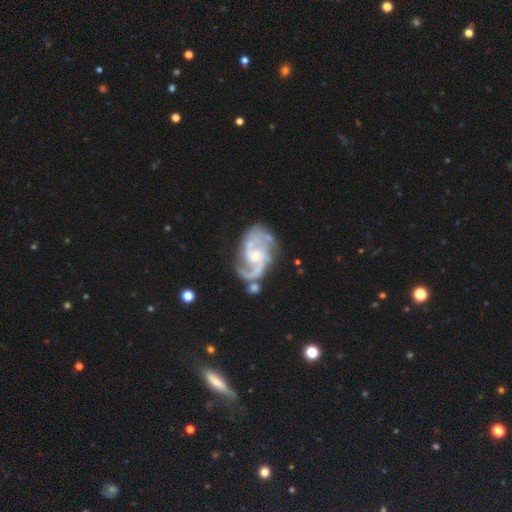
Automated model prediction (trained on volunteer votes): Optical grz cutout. It shows a featured or disk galaxy (93%) with no bar (45%), 2 (86%) medium (61%) spiral arms (98%) and a small central bulge (62%). Merging: none (63%).